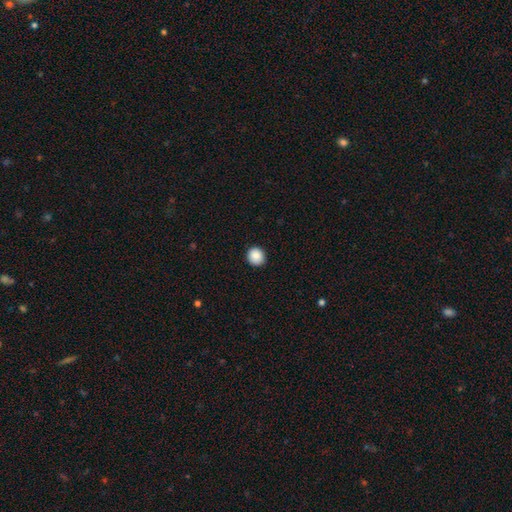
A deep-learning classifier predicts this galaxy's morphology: smooth_or_featured: smooth (p=0.88) [alt: star or artifact p=0.09]
how_rounded: round (p=0.90) [alt: in between p=0.09]
merging: none (p=0.91) [alt: minor disturbance p=0.06]